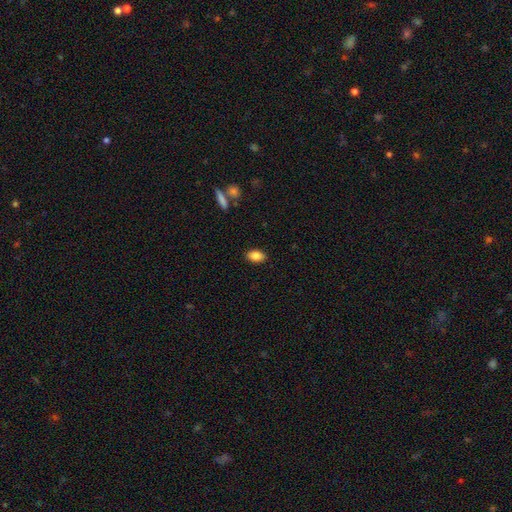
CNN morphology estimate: Q: Smooth or featured?
A: smooth (87%); runner-up: star or artifact (8%)
Q: How rounded?
A: in between (91%); runner-up: round (6%)
Q: Merging?
A: none (88%); runner-up: minor disturbance (8%)